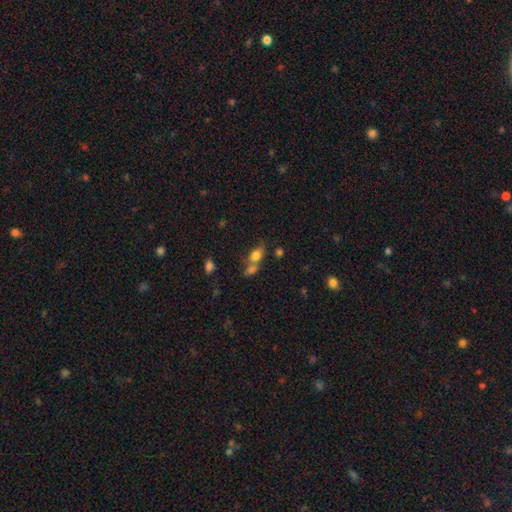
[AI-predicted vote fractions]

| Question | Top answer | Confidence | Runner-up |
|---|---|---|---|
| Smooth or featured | smooth | 76% | featured or disk (12%) |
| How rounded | in between | 68% | round (28%) |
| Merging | merger | 49% | none (31%) |